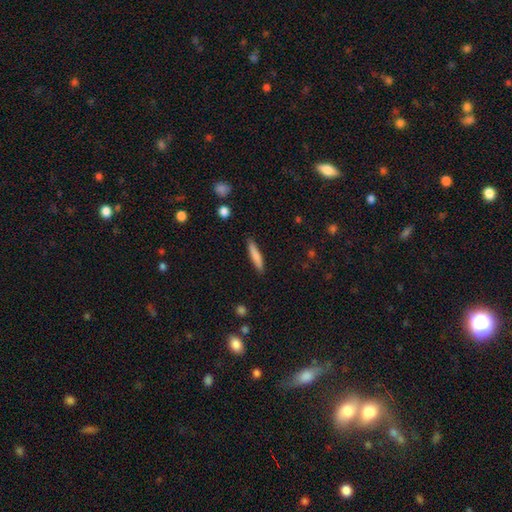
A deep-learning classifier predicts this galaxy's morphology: type=smooth (79%); roundness=cigar-shaped (89%); merging=none (87%).